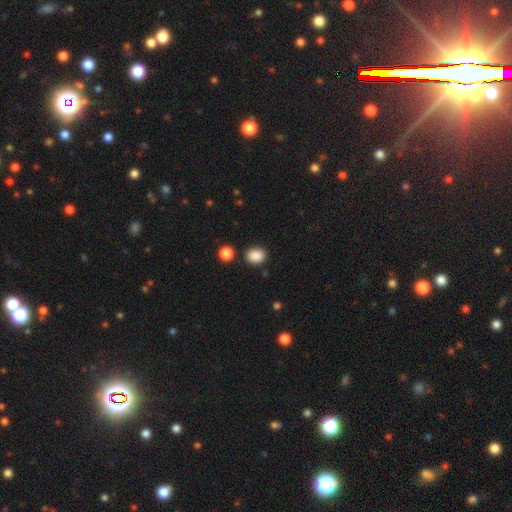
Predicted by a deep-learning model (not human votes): Morphology: type=smooth (88%); roundness=in between (56%); merging=none (83%).